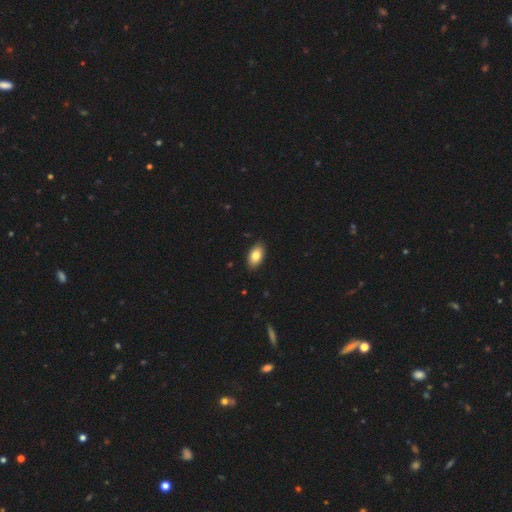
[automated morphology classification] A smooth galaxy with no disk features (82%) that is in between round and cigar-shaped (93%). Merging: none (89%).